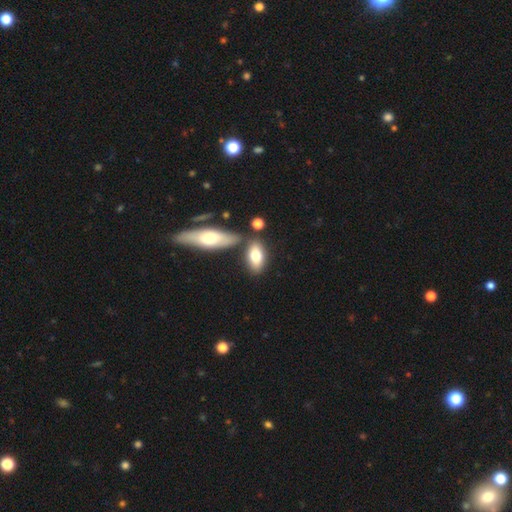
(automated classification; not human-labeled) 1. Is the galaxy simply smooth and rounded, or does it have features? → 73% smooth, 21% featured or disk, 7% star or artifact.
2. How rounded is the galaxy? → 86% in between, 10% cigar-shaped, 5% round.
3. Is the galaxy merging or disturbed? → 66% none, 18% merger, 13% minor disturbance, 4% major disturbance.